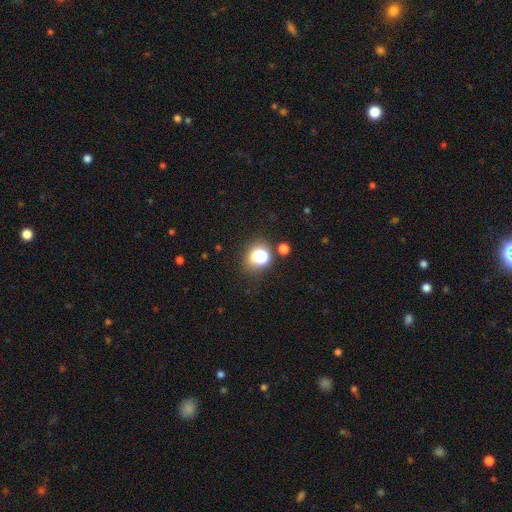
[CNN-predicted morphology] This is likely a smooth galaxy (67%). How rounded: likely round (75%). Merging: likely none (66%).